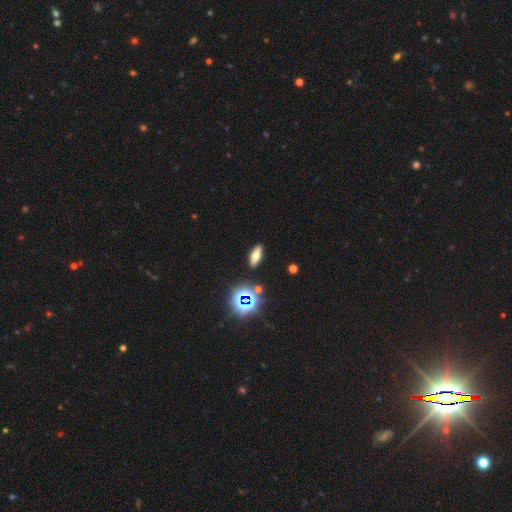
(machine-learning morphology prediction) smooth_or_featured: smooth (p=0.54) [alt: featured or disk p=0.26]
how_rounded: in between (p=0.62) [alt: cigar-shaped p=0.32]
merging: none (p=0.89) [alt: minor disturbance p=0.07]